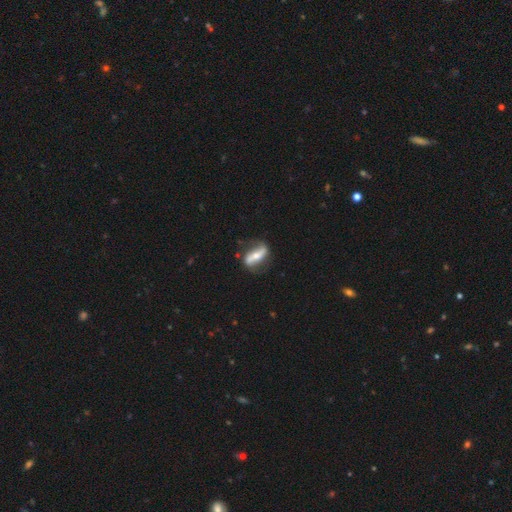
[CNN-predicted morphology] A featured or disk galaxy (69%) with a strong bar (62%), spiral arms (74%) and a moderate central bulge (54%).

Vote fractions:
- Smooth or featured? featured or disk: 69% / smooth: 25% / star or artifact: 6%
- Edge-on disk? no: 79% / yes: 21%
- Bar? strong: 62% / no: 21% / weak: 17%
- Spiral arms? yes: 74% / no: 26%
- Bulge size? moderate: 54% / small: 36% / large: 6% / none: 3% / dominant: 2%
- Merging? none: 70% / minor disturbance: 19% / major disturbance: 8% / merger: 3%